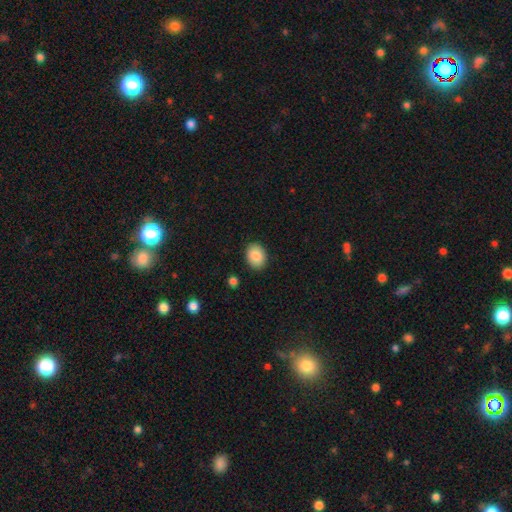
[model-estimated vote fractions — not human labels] Smooth or featured? smooth (88%)
How rounded? in between (66%)
Merging? none (88%)